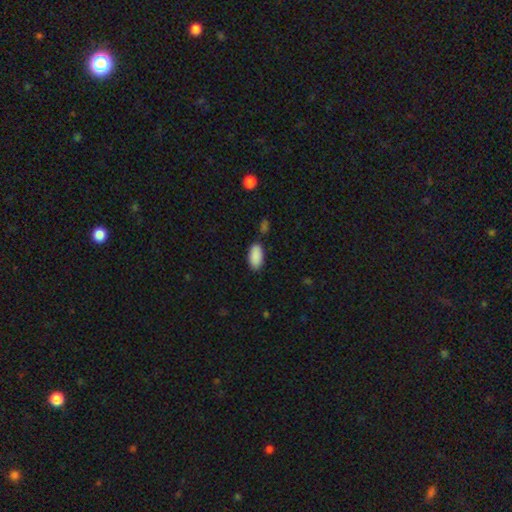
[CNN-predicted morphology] This appears to be a smooth galaxy with no disk features (90%) that is in between round and cigar-shaped (93%). Merging: none (82%).